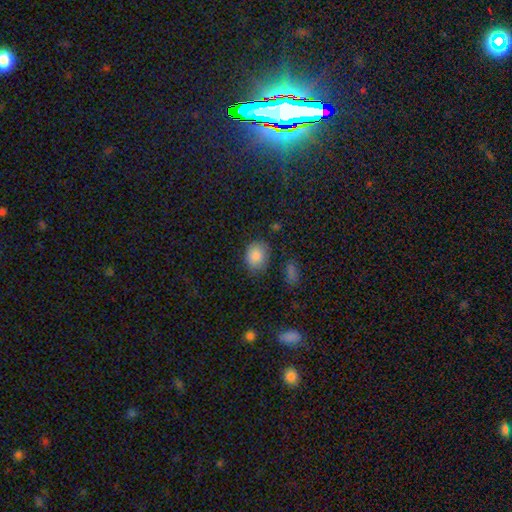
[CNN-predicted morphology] Q: Smooth or featured?
A: smooth (86%); runner-up: star or artifact (9%)
Q: How rounded?
A: round (51%); runner-up: in between (48%)
Q: Merging?
A: none (76%); runner-up: minor disturbance (17%)